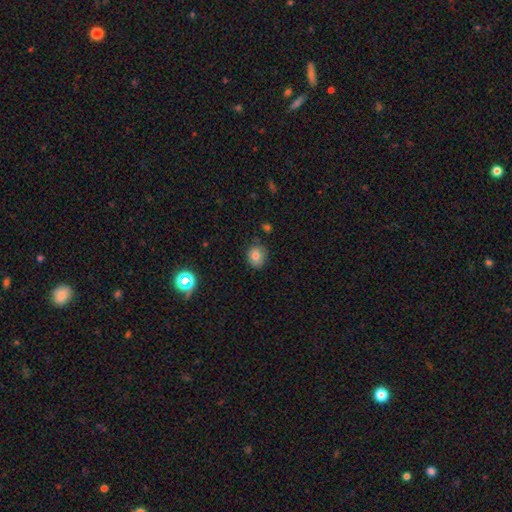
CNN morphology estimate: This is likely a smooth galaxy (79%). How rounded: likely round (70%). Merging: likely none (76%).